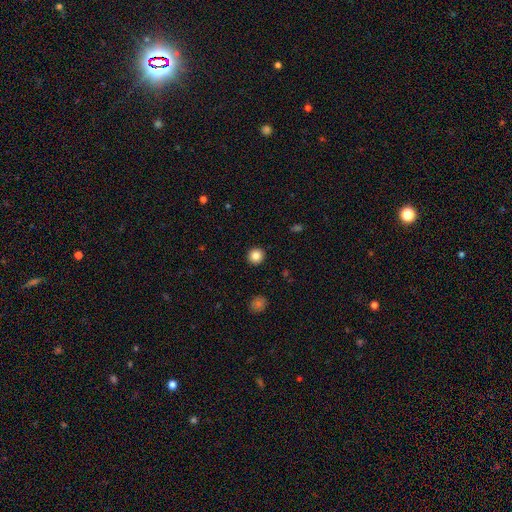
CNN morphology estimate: This appears to be a smooth galaxy with no disk features (85%) that is round (94%). Merging: none (93%).